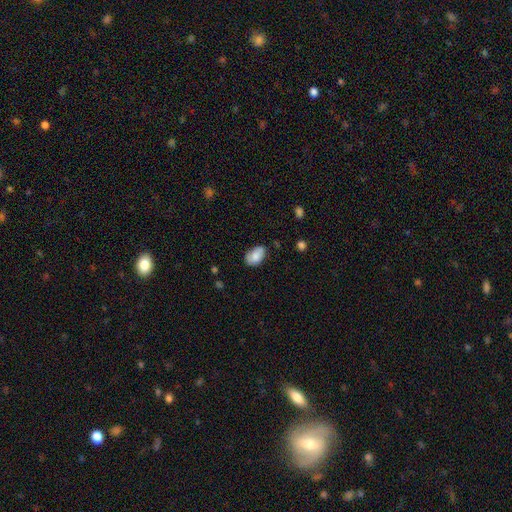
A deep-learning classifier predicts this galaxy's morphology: Smooth or featured?
  - smooth: 78% *
  - featured or disk: 14%
  - star or artifact: 7%
How rounded?
  - in between: 91% *
  - round: 8%
  - cigar-shaped: 1%
Merging?
  - none: 67% *
  - minor disturbance: 26%
  - major disturbance: 5%
  - merger: 2%